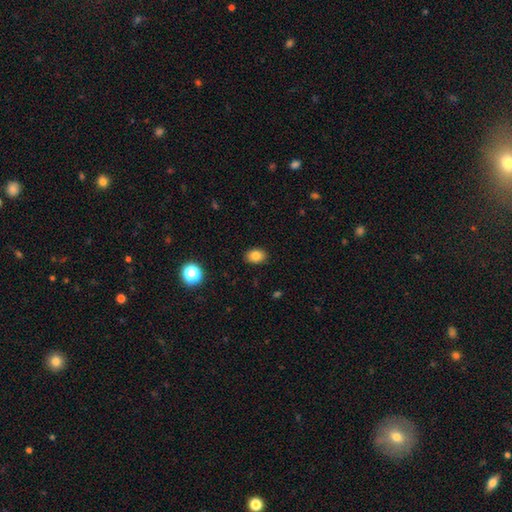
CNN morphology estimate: smooth_or_featured: smooth (p=0.83) [alt: star or artifact p=0.11]
how_rounded: in between (p=0.66) [alt: round p=0.33]
merging: none (p=0.89) [alt: minor disturbance p=0.08]